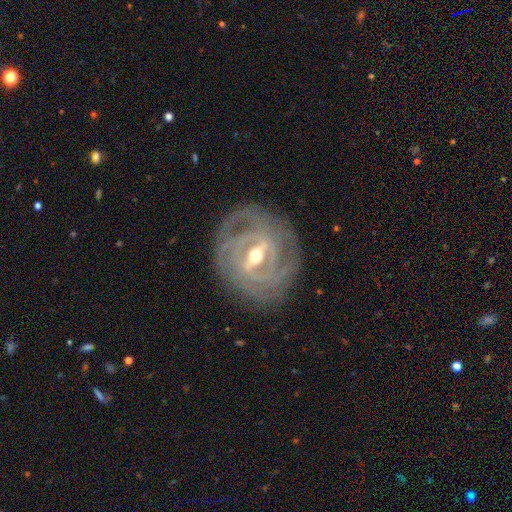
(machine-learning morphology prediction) Overall: featured or disk (90%). Edge-on disk: no (94%). Bar: strong (61%; weak 30%). Spiral arms: yes (91%). Spiral arm count: can't tell (34%; 2 22%). Spiral winding: tight (75%). Bulge size: moderate (62%; small 33%). Merging: none (80%).